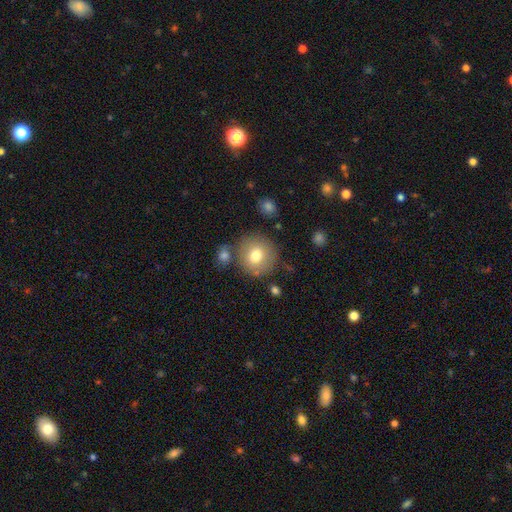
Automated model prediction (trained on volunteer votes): smooth_or_featured: smooth (p=0.75) [alt: featured or disk p=0.15]
how_rounded: round (p=0.92) [alt: in between p=0.07]
merging: none (p=0.76) [alt: minor disturbance p=0.11]